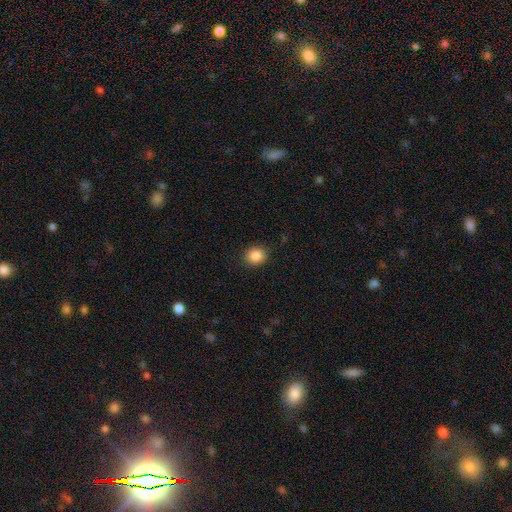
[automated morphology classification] Overall: smooth (86%). How rounded: round (74%). Merging: none (88%).